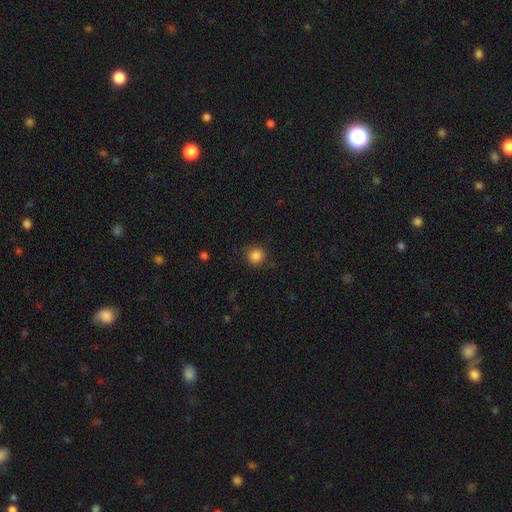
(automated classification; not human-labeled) Morphology: type=smooth (85%); roundness=round (91%); merging=none (85%).